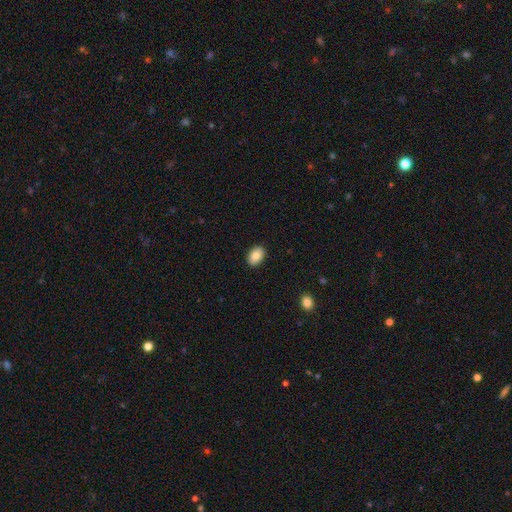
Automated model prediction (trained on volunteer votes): This is clearly a smooth galaxy (83%). How rounded: clearly in between (83%). Merging: clearly none (90%).